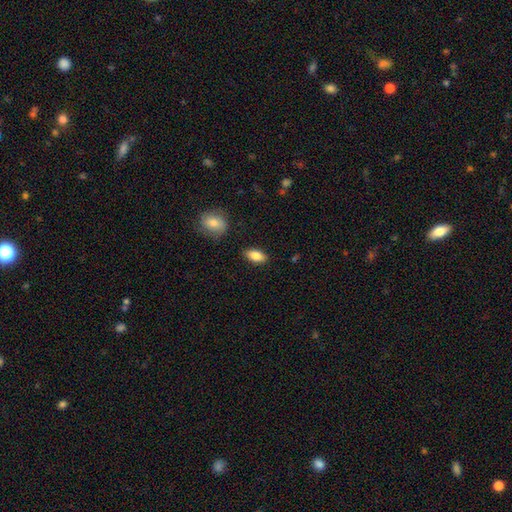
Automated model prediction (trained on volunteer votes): This is clearly a smooth galaxy (84%). How rounded: clearly in between (90%). Merging: clearly none (87%).